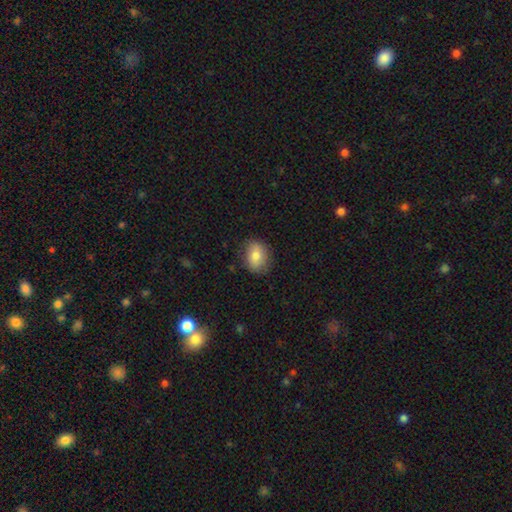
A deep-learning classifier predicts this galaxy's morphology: Smooth or featured? Predicted: smooth (p=0.82). How rounded? Predicted: in between (p=0.58). Merging? Predicted: none (p=0.81).